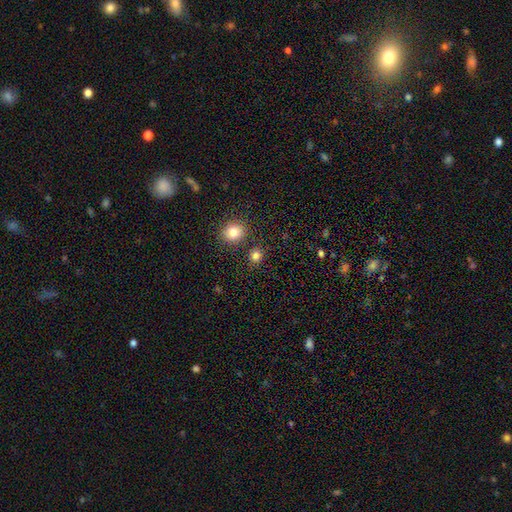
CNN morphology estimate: A smooth galaxy with no disk features (82%) that is round (80%).

Vote fractions:
- Smooth or featured? smooth: 82% / star or artifact: 13% / featured or disk: 5%
- How rounded? round: 80% / in between: 19% / cigar-shaped: 1%
- Merging? none: 83% / minor disturbance: 7% / merger: 7% / major disturbance: 3%